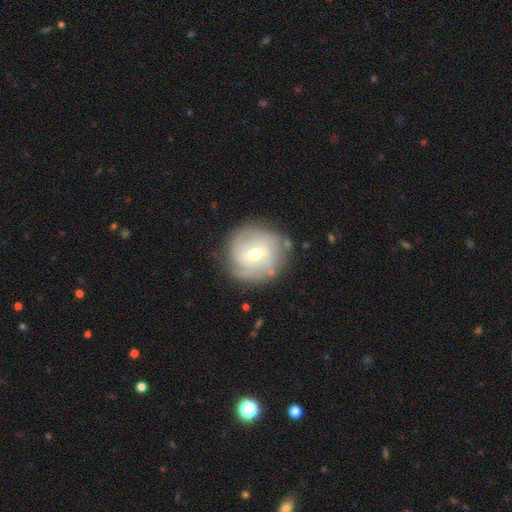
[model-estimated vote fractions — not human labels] A featured or disk galaxy (77%) with a weak bar (53%), tight (61%) spiral arms (89%) and a moderate central bulge (62%).

Vote fractions:
- Smooth or featured? featured or disk: 77% / smooth: 16% / star or artifact: 7%
- Edge-on disk? no: 97% / yes: 3%
- Bar? weak: 53% / strong: 26% / no: 21%
- Spiral arms? yes: 89% / no: 11%
- Spiral winding? tight: 61% / medium: 28% / loose: 11%
- Spiral arm count? can't tell: 35% / 2: 29% / 3: 18% / 4: 9% / 1: 5% / more than 4: 5%
- Bulge size? moderate: 62% / small: 32% / large: 4% / none: 1% / dominant: 1%
- Merging? none: 81% / minor disturbance: 13% / major disturbance: 5% / merger: 1%